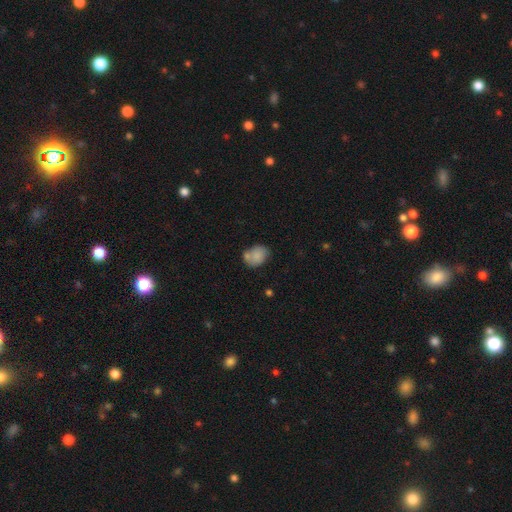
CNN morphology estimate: A smooth galaxy with no disk features (80%) that is in between round and cigar-shaped (56%). Merging: none (49%).